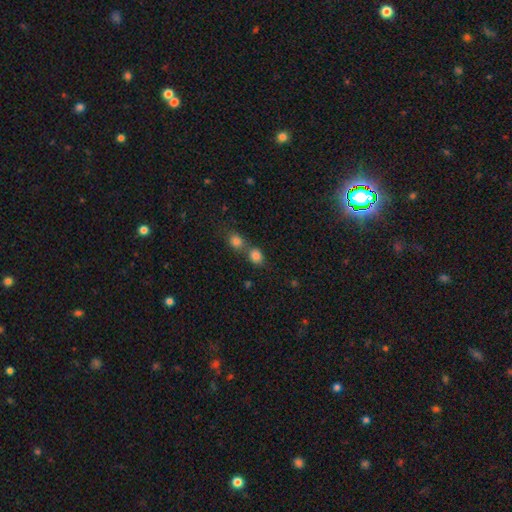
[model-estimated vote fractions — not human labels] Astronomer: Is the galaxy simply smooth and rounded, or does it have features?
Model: smooth — 81%.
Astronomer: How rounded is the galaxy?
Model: round — 67%.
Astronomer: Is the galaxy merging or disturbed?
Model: none — 48% (runner-up: merger, 42%).